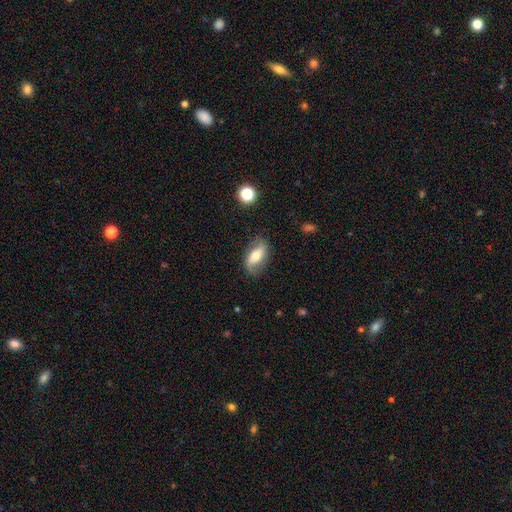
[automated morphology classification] smooth-or-featured: featured or disk: 51% | smooth: 42% | star or artifact: 7%
  disk-edge-on: no: 86% | yes: 14%
  merging: none: 76% | minor disturbance: 17% | major disturbance: 6% | merger: 2%